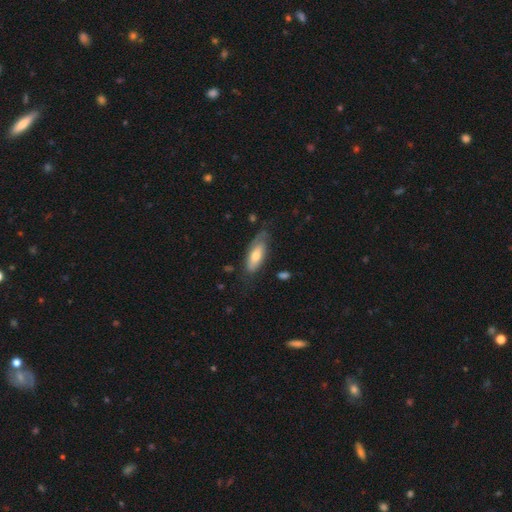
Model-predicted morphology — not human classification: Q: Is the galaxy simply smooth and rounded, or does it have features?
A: smooth — 56%.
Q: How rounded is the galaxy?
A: in between — 75%.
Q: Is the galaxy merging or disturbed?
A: none — 57%.